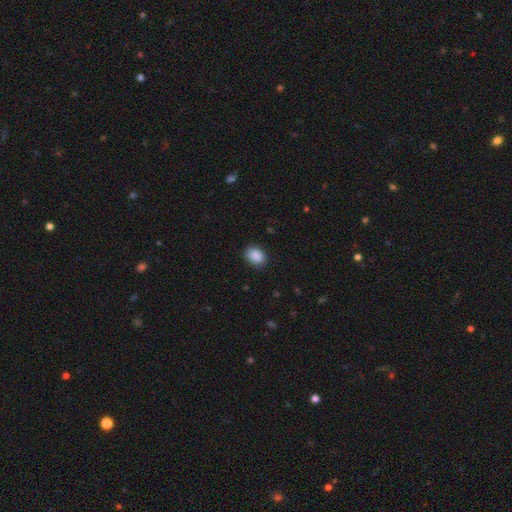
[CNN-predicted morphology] This appears to be a smooth galaxy with no disk features (90%) that is in between round and cigar-shaped (69%). Merging: none (86%).